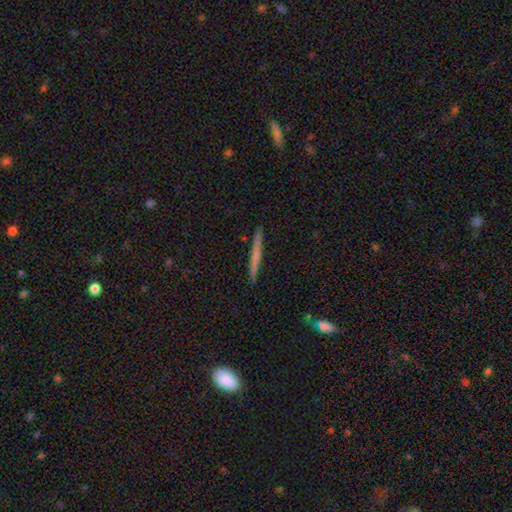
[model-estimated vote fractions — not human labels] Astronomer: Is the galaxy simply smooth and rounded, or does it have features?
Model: smooth — 55% (runner-up: featured or disk, 39%).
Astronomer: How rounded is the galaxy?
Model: cigar-shaped — 96%.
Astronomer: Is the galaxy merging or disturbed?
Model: none — 91%.